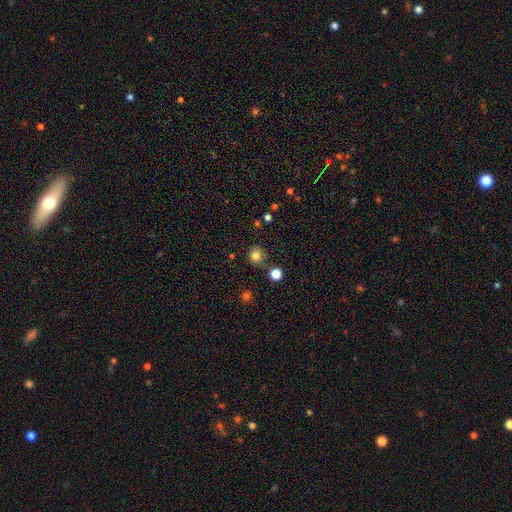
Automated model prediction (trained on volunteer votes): Smooth or featured? Predicted: smooth (p=0.81). How rounded? Predicted: round (p=0.91). Merging? Predicted: none (p=0.80).